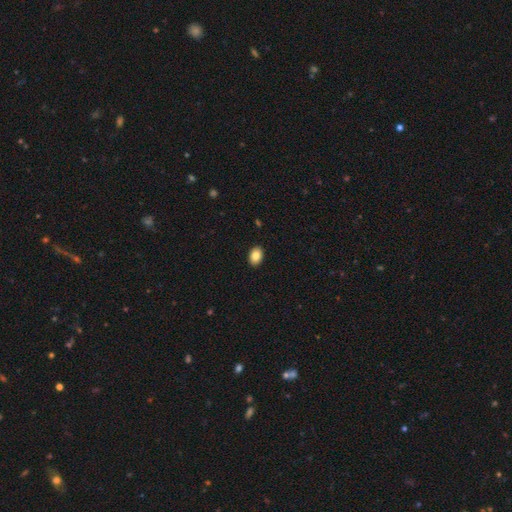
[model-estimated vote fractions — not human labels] Overall: smooth (85%). How rounded: in between (81%). Merging: none (91%).